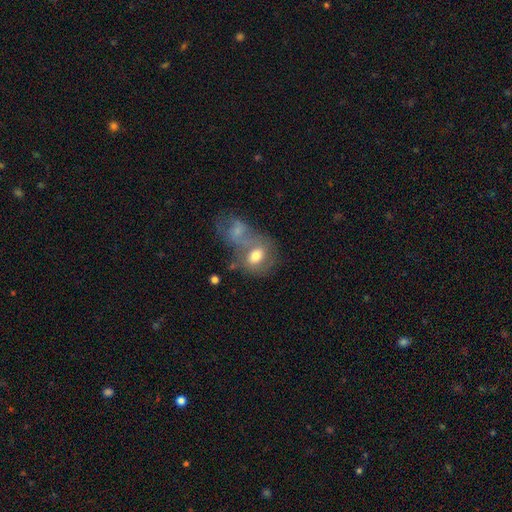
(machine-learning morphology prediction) Smooth or featured: smooth — 64% (featured or disk — 28%)
How rounded: in between — 58% (round — 40%)
Merging: merger — 53% (none — 26%)